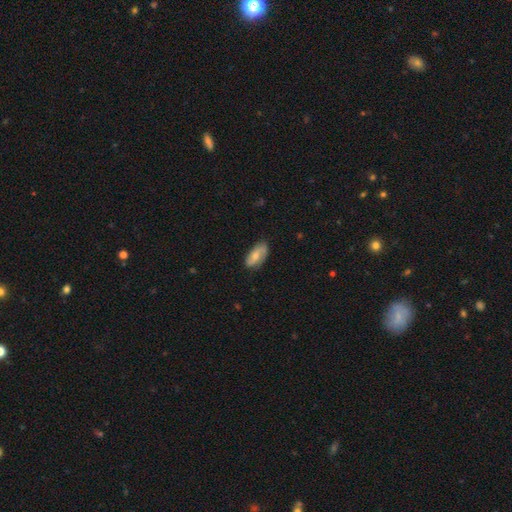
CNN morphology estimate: This appears to be a smooth galaxy with no disk features (53%) that is in between round and cigar-shaped (89%). Merging: none (72%).